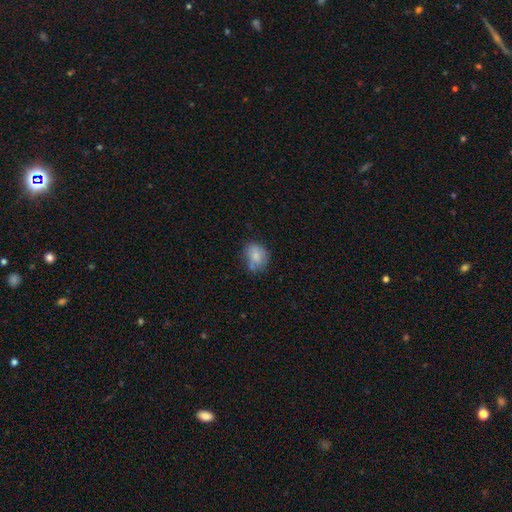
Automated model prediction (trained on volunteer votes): Q: Smooth or featured?
A: smooth (77%); runner-up: featured or disk (14%)
Q: How rounded?
A: round (53%); runner-up: in between (46%)
Q: Merging?
A: none (58%); runner-up: minor disturbance (25%)